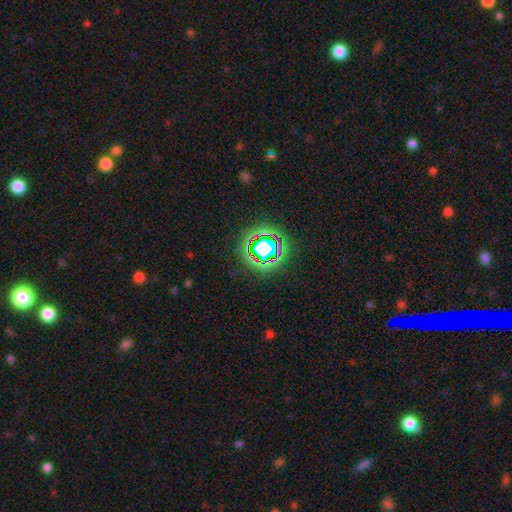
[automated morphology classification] A star or artifact, not a galaxy (68%).